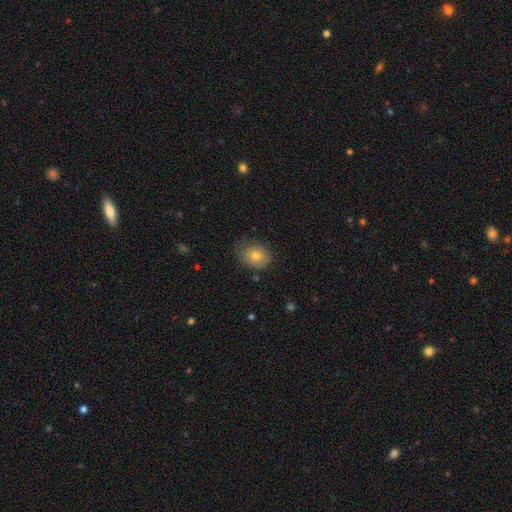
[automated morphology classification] smooth_or_featured: smooth (p=0.71) [alt: featured or disk p=0.21]
how_rounded: round (p=0.52) [alt: in between p=0.47]
merging: none (p=0.58) [alt: minor disturbance p=0.30]